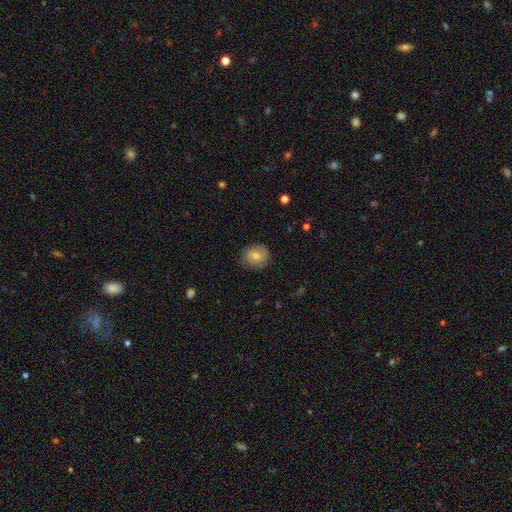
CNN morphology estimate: Q: Smooth or featured?
A: smooth (61%); runner-up: featured or disk (27%)
Q: How rounded?
A: round (68%); runner-up: in between (31%)
Q: Merging?
A: none (83%); runner-up: minor disturbance (13%)